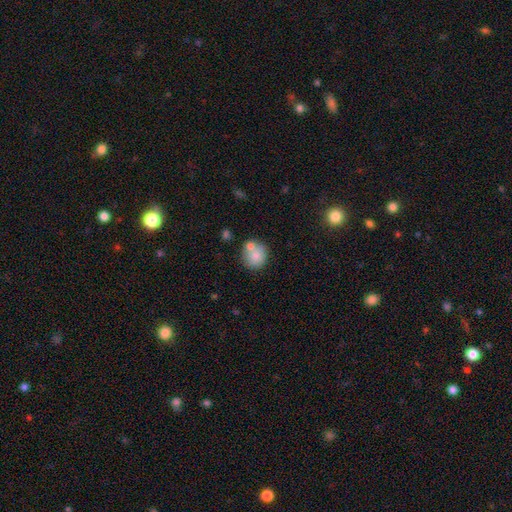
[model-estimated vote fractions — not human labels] Q: Smooth or featured?
A: smooth (78%); runner-up: featured or disk (13%)
Q: How rounded?
A: round (85%); runner-up: in between (14%)
Q: Merging?
A: none (58%); runner-up: merger (26%)